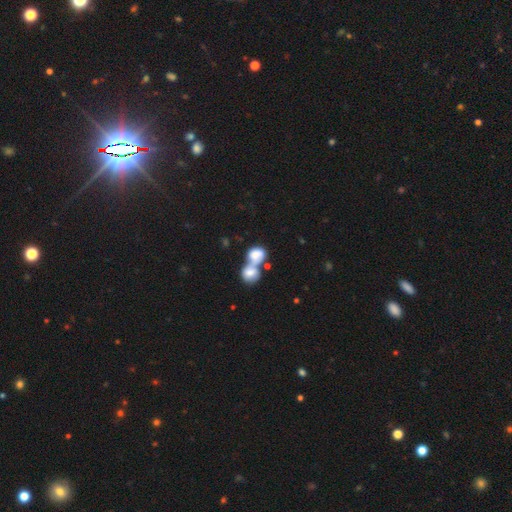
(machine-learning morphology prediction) The model was most divided on "how rounded": in between: 56%, round: 42%, cigar-shaped: 2%. More confident: merging — merger (79%); smooth or featured — smooth (73%).